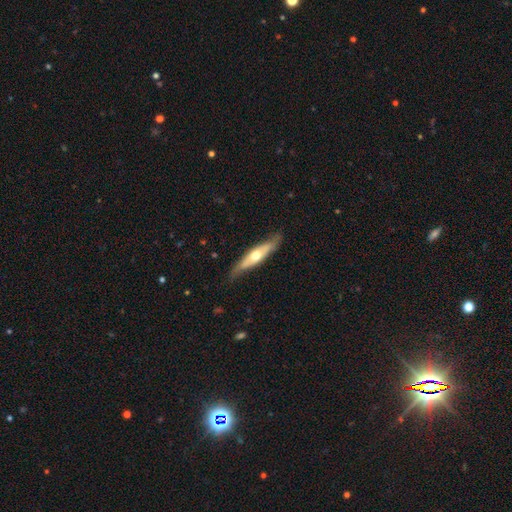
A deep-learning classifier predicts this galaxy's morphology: smooth-or-featured: featured or disk: 55% | smooth: 40% | star or artifact: 5%
  disk-edge-on: yes: 76% | no: 24%
  merging: none: 78% | minor disturbance: 17% | major disturbance: 4% | merger: 1%